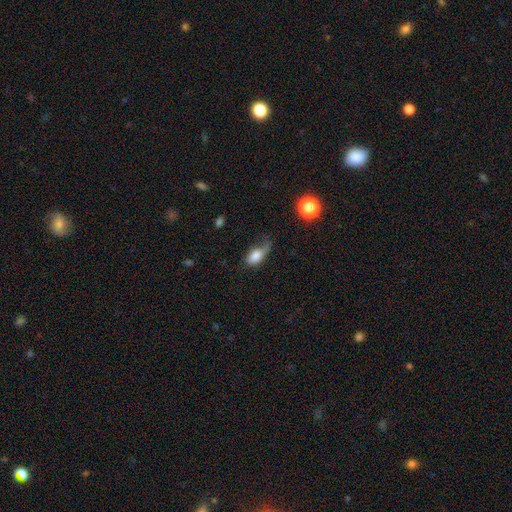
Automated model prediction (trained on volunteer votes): Smooth or featured? Predicted: smooth (p=0.76). How rounded? Predicted: in between (p=0.85). Merging? Predicted: minor disturbance (p=0.35).